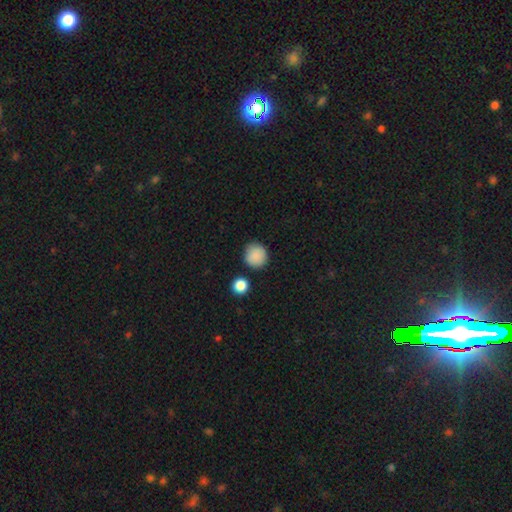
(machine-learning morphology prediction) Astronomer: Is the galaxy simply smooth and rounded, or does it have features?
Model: smooth — 88%.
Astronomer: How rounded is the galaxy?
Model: round — 92%.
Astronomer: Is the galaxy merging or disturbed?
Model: none — 85%.